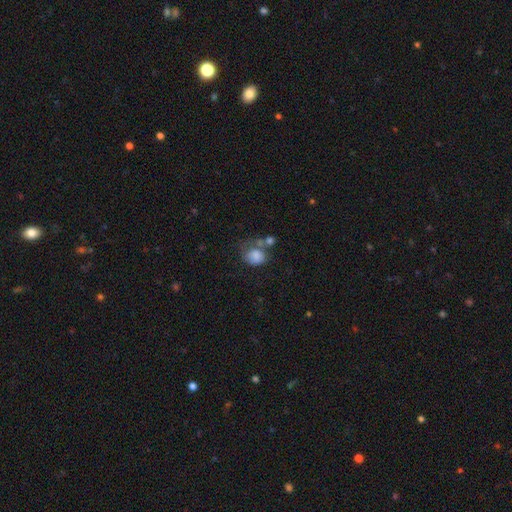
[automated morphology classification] Smooth or featured: smooth — 78% (featured or disk — 13%)
How rounded: round — 54% (in between — 45%)
Merging: none — 30% (tied with merger — 30%)